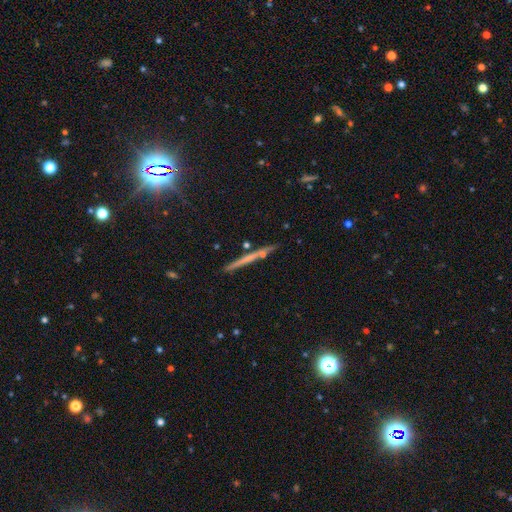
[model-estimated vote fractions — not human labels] The model was most divided on "smooth or featured": featured or disk: 49%, smooth: 36%, star or artifact: 15%. More confident: merging — none (86%).